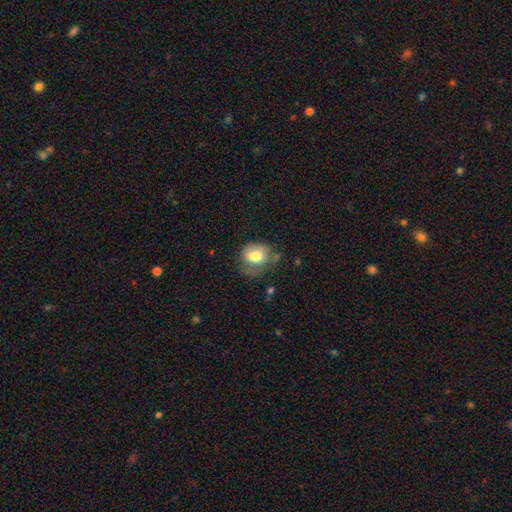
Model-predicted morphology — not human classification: Smooth or featured?
  - smooth: 72% *
  - featured or disk: 20%
  - star or artifact: 8%
How rounded?
  - round: 53% *
  - in between: 46%
  - cigar-shaped: 1%
Merging?
  - none: 47% *
  - minor disturbance: 32%
  - major disturbance: 18%
  - merger: 4%